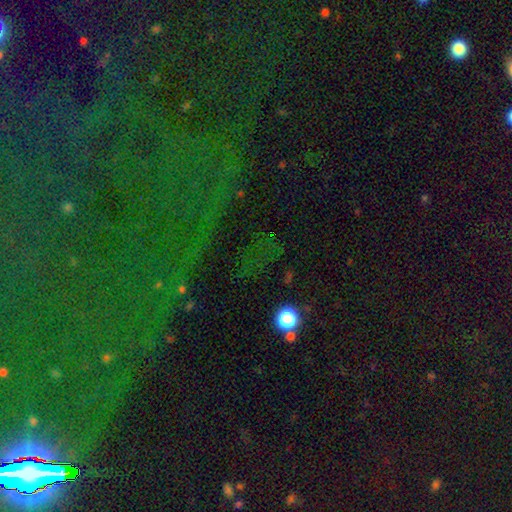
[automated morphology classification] Smooth or featured? star or artifact (75%)